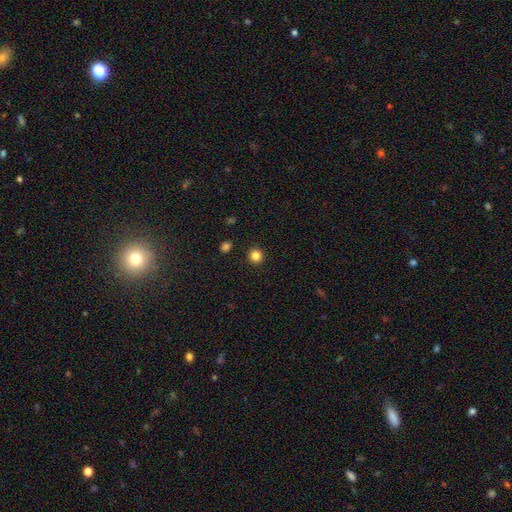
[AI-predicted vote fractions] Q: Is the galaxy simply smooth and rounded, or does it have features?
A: smooth — 83%.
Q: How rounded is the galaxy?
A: round — 93%.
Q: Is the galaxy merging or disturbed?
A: none — 92%.